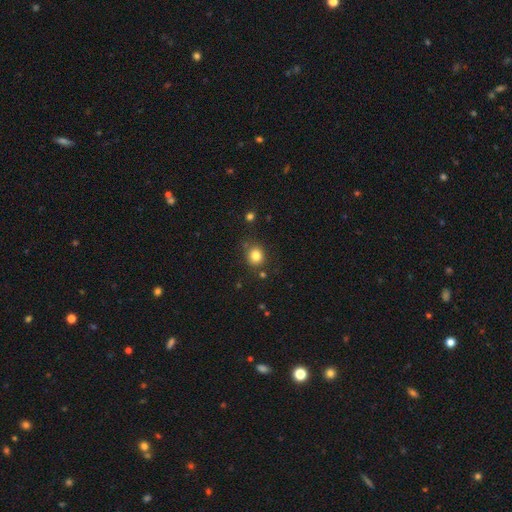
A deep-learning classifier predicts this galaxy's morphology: Smooth or featured? Predicted: smooth (p=0.82). How rounded? Predicted: round (p=0.80). Merging? Predicted: none (p=0.82).